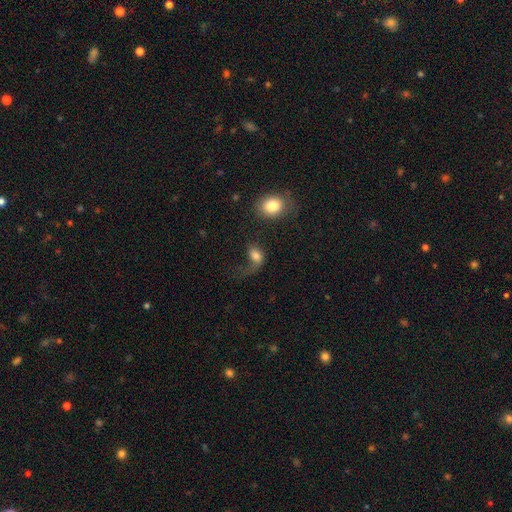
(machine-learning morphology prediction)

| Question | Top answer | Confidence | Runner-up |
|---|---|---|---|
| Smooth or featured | smooth | 64% | featured or disk (26%) |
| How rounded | in between | 68% | round (28%) |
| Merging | major disturbance | 52% | none (23%) |